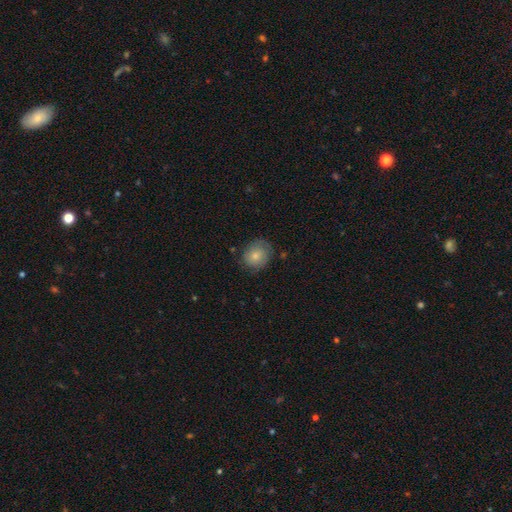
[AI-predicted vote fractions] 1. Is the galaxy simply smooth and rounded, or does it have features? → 73% smooth, 19% featured or disk, 8% star or artifact.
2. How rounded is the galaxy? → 75% round, 24% in between, 1% cigar-shaped.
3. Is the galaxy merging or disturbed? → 72% none, 21% minor disturbance, 6% major disturbance, 1% merger.